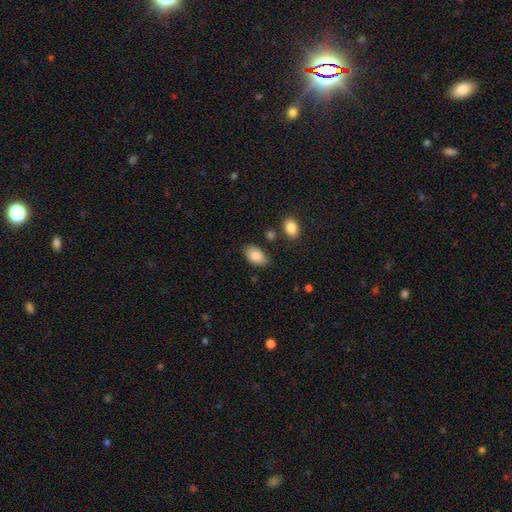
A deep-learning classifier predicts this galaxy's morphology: Smooth or featured? Predicted: smooth (p=0.86). How rounded? Predicted: in between (p=0.93). Merging? Predicted: none (p=0.75).